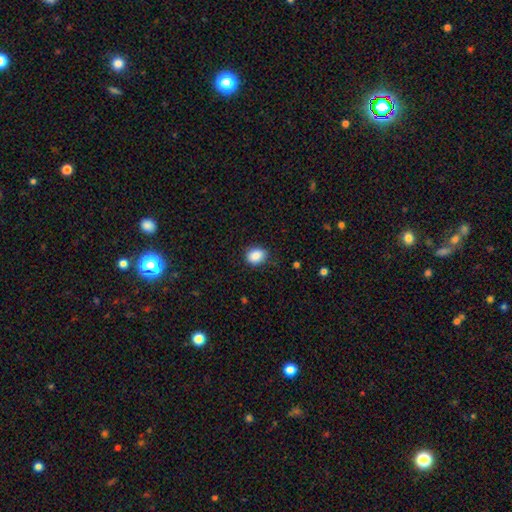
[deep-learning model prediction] A smooth galaxy with no disk features (87%) that is in between round and cigar-shaped (51%).

Vote fractions:
- Smooth or featured? smooth: 87% / star or artifact: 8% / featured or disk: 4%
- How rounded? in between: 51% / round: 48% / cigar-shaped: 1%
- Merging? none: 83% / minor disturbance: 13% / major disturbance: 3% / merger: 1%